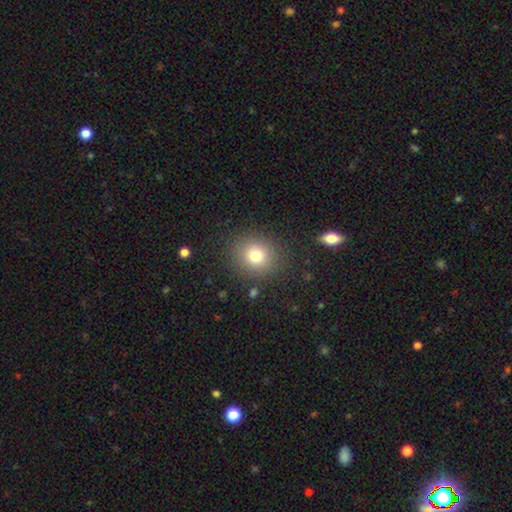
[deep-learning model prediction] The model was most divided on "how rounded": round: 80%, in between: 19%, cigar-shaped: 1%. More confident: merging — none (86%); smooth or featured — smooth (77%).